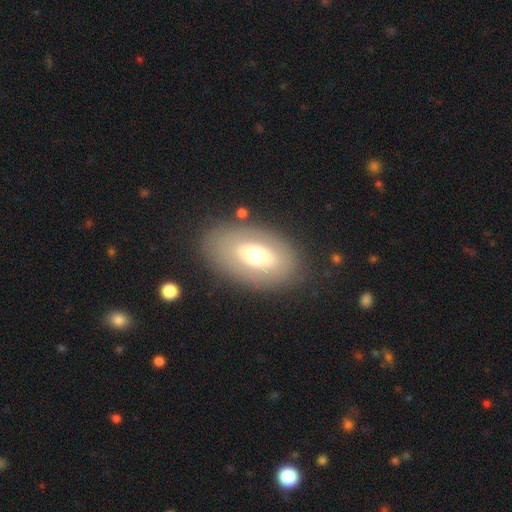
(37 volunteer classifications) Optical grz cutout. It shows a smooth galaxy with no disk features (62%) that is in between round and cigar-shaped (83%). Merging: none (69%).